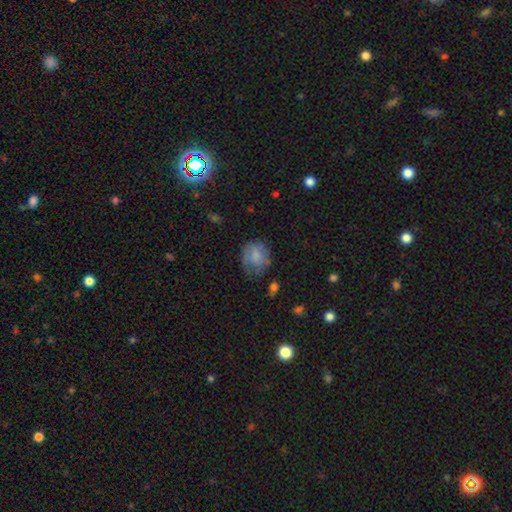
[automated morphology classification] type=smooth (66%); roundness=round (67%); merging=none (55%).